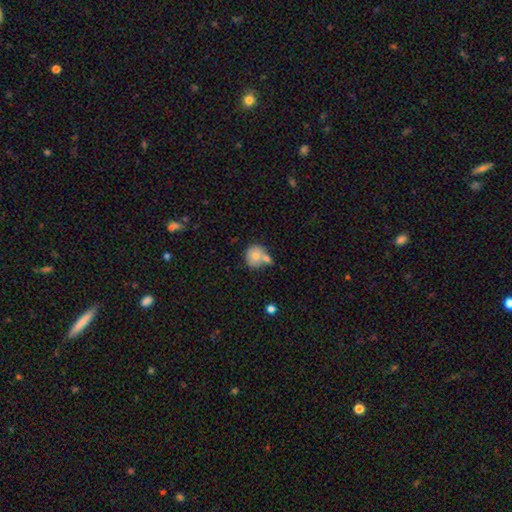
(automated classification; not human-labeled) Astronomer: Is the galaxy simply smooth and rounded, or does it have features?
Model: smooth — 76%.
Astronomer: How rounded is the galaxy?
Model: round — 84%.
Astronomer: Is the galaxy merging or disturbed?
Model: none — 42% (runner-up: merger, 40%).